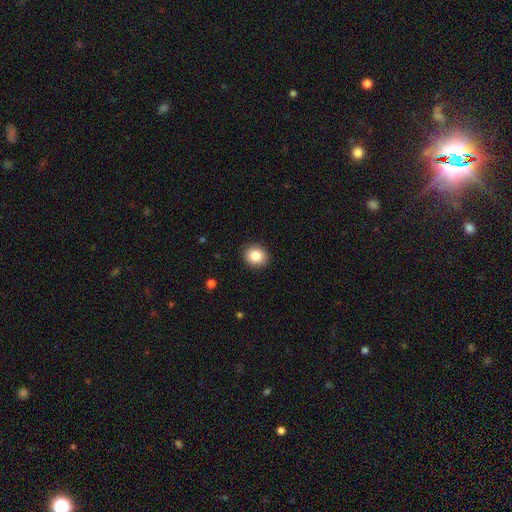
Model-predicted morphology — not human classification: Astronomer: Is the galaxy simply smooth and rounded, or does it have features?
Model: smooth — 84%.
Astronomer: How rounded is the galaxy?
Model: round — 77%.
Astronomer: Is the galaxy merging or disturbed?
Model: none — 91%.